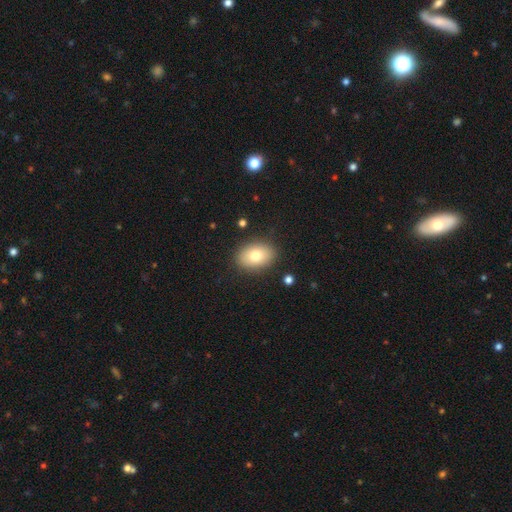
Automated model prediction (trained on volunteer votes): Smooth or featured? smooth (78%)
How rounded? in between (78%)
Merging? none (87%)